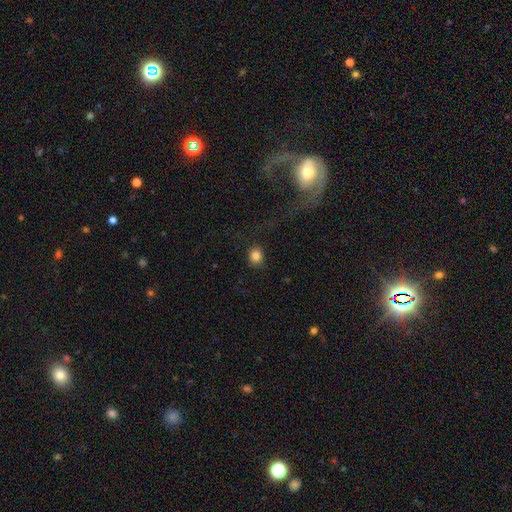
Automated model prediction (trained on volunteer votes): Overall: smooth (85%). How rounded: round (80%). Merging: none (85%).